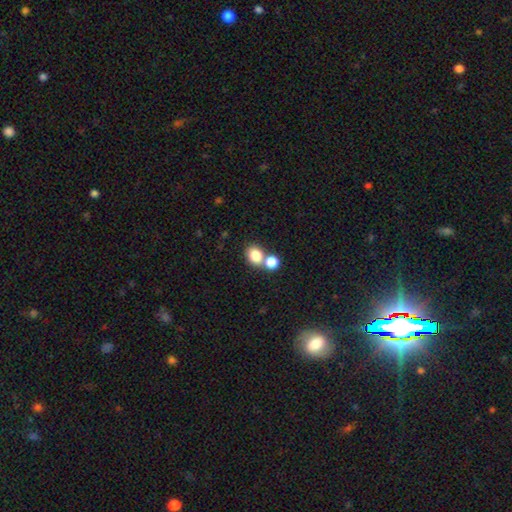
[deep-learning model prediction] Smooth or featured?
  - smooth: 81% *
  - star or artifact: 11%
  - featured or disk: 7%
How rounded?
  - round: 56% *
  - in between: 43%
  - cigar-shaped: 1%
Merging?
  - none: 50% *
  - merger: 39%
  - minor disturbance: 8%
  - major disturbance: 3%